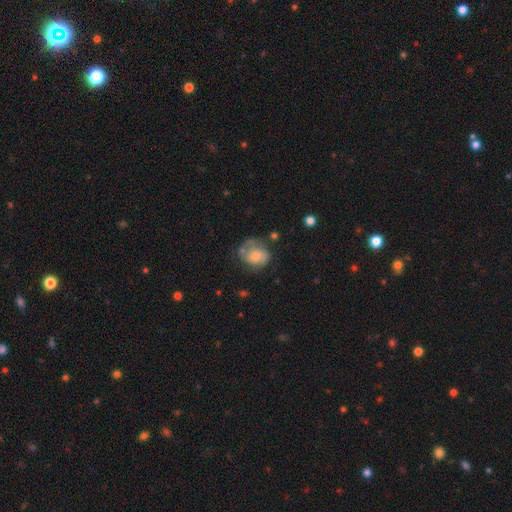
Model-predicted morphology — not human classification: This appears to be a smooth galaxy with no disk features (54%) that is round (58%). Merging: none (46%).